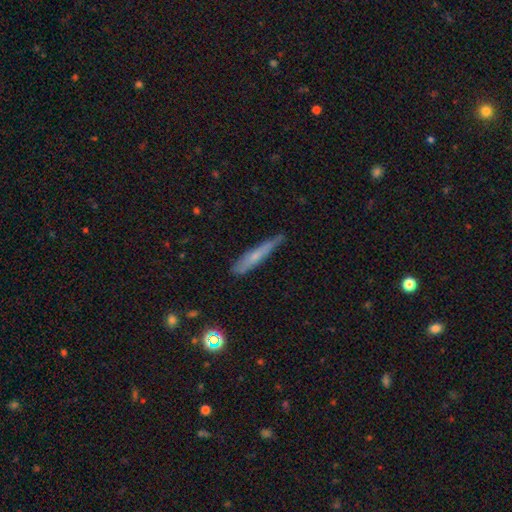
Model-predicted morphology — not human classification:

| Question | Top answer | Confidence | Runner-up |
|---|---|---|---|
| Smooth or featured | smooth | 55% | featured or disk (37%) |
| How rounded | cigar-shaped | 93% | in between (5%) |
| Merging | none | 69% | minor disturbance (25%) |